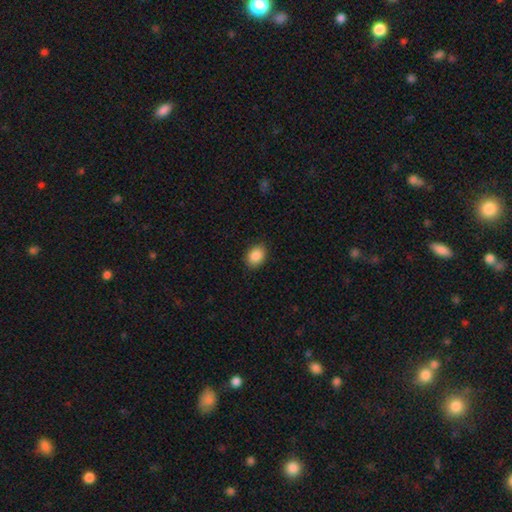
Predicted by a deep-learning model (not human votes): The model was most divided on "how rounded": in between: 69%, round: 30%, cigar-shaped: 1%. More confident: merging — none (89%); smooth or featured — smooth (88%).